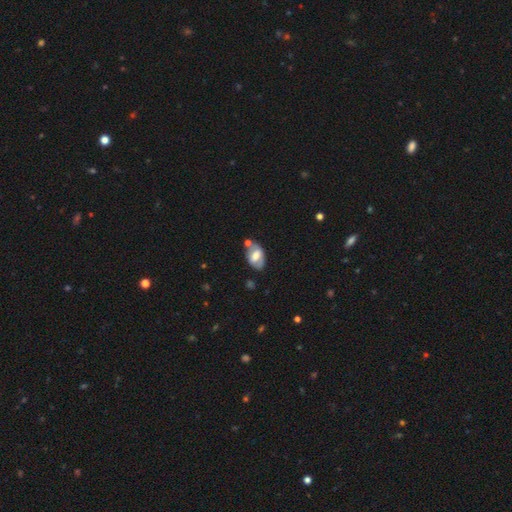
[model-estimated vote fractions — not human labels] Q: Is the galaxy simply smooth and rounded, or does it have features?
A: smooth — 48%.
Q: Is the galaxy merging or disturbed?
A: none — 58%.